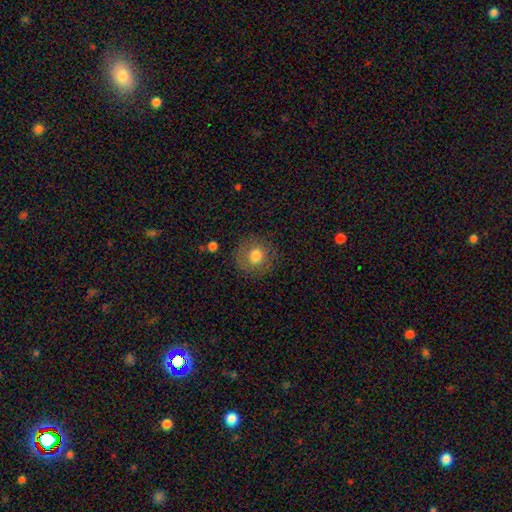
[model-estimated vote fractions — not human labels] smooth_or_featured: smooth (p=0.76) [alt: featured or disk p=0.14]
how_rounded: round (p=0.91) [alt: in between p=0.08]
merging: none (p=0.84) [alt: minor disturbance p=0.10]